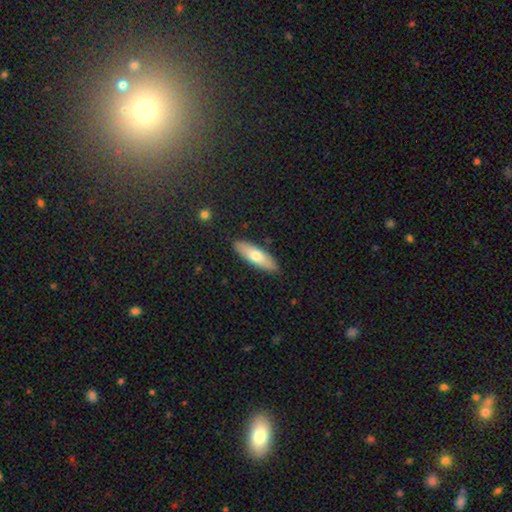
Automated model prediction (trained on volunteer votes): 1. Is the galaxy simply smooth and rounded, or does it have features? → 68% smooth, 26% featured or disk, 6% star or artifact.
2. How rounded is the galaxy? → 51% cigar-shaped, 47% in between, 2% round.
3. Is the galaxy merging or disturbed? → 89% none, 8% minor disturbance, 2% major disturbance, 1% merger.